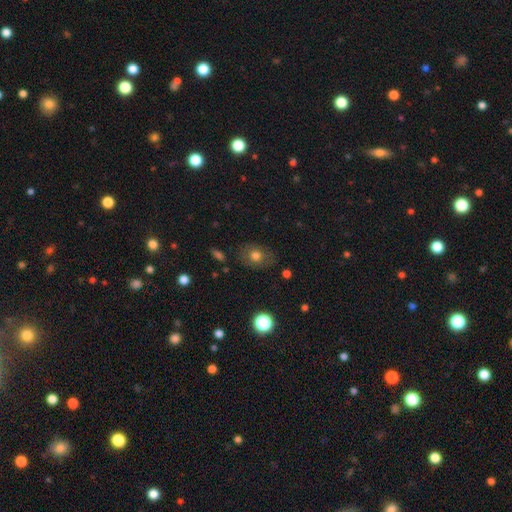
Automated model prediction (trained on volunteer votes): A smooth galaxy with no disk features (70%) that is in between round and cigar-shaped (60%). Merging: none (77%).